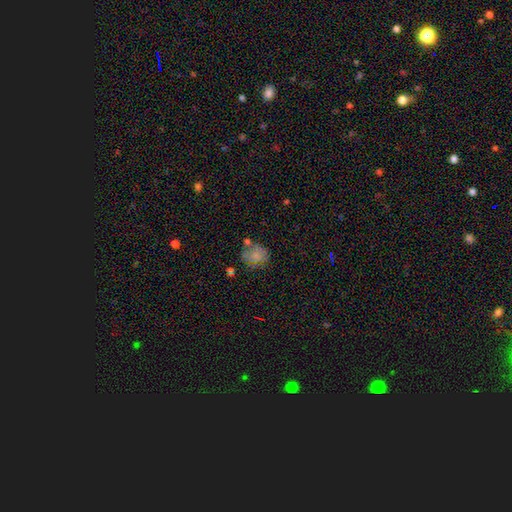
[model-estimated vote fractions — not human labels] This is likely a smooth galaxy (71%). How rounded: likely round (70%). Merging: possibly none (53%).